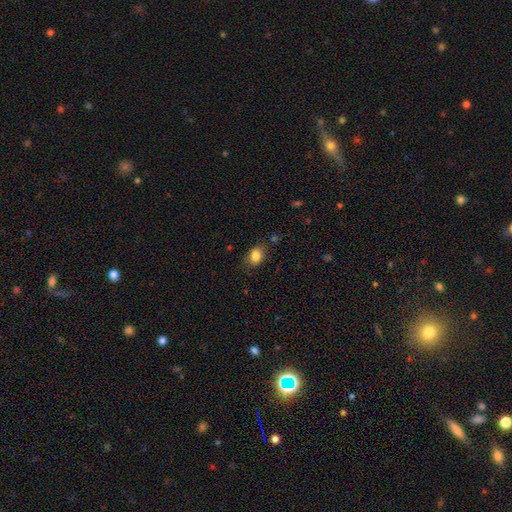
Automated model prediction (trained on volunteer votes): Smooth or featured?
  - smooth: 84% *
  - star or artifact: 9%
  - featured or disk: 7%
How rounded?
  - in between: 68% *
  - round: 30%
  - cigar-shaped: 1%
Merging?
  - none: 72% *
  - minor disturbance: 20%
  - major disturbance: 5%
  - merger: 3%